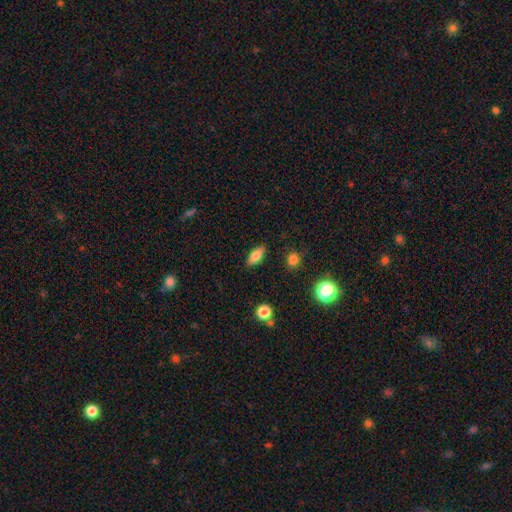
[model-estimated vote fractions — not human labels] smooth-or-featured: smooth: 78% | featured or disk: 13% | star or artifact: 9%
  how-rounded: in between: 83% | cigar-shaped: 13% | round: 5%
  merging: none: 87% | minor disturbance: 10% | major disturbance: 2% | merger: 1%